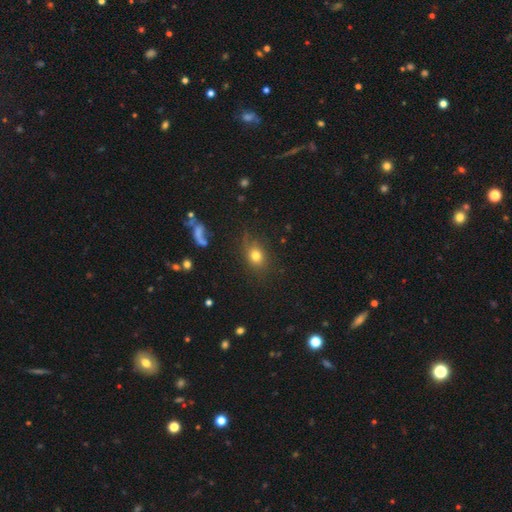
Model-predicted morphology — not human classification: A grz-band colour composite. It shows a smooth galaxy with no disk features (76%) that is round (52%). Merging: none (74%).